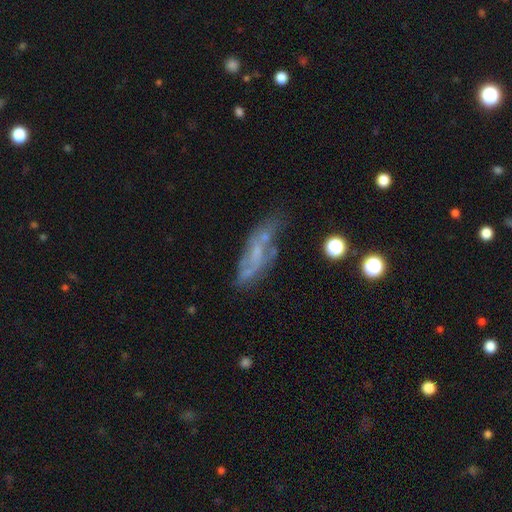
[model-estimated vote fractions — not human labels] Overall: featured or disk (56%; smooth 32%). Edge-on disk: no (76%). Merging: none (50%; minor disturbance 24%).